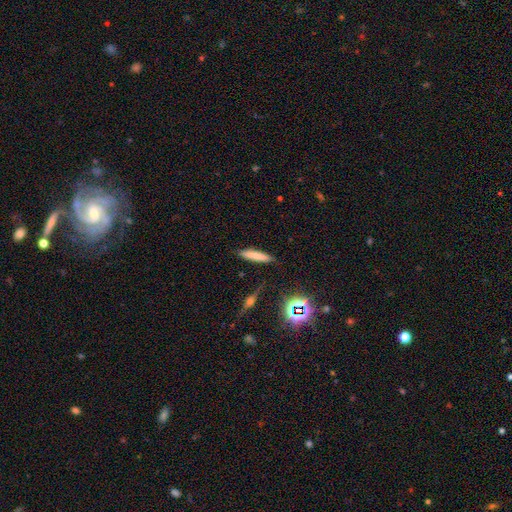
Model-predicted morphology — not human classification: Overall: smooth (74%). How rounded: cigar-shaped (84%). Merging: none (86%).